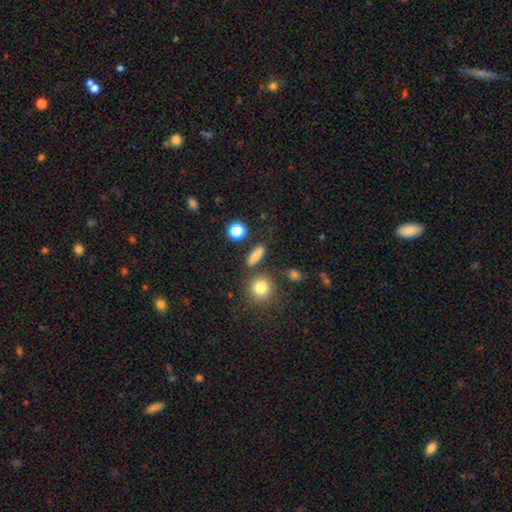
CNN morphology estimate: A smooth galaxy with no disk features (78%) that is in between round and cigar-shaped (41%). Merging: none (81%).